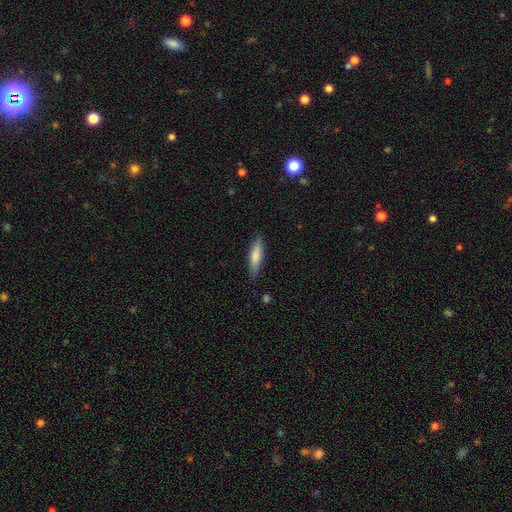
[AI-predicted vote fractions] This is likely a smooth galaxy (78%). How rounded: likely cigar-shaped (65%). Merging: clearly none (84%).